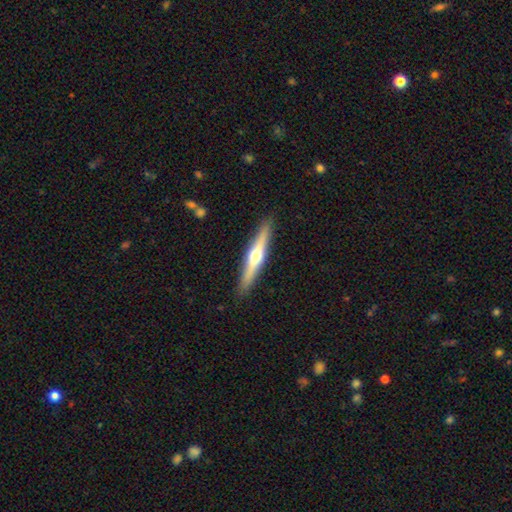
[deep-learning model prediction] Morphology: type=featured or disk (67%); edge-on=yes (97%); edge-on bulge=rounded (93%); merging=none (91%).